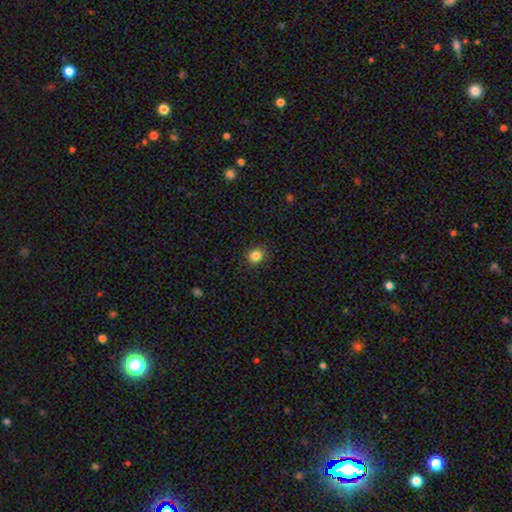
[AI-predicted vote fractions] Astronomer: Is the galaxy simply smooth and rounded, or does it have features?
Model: smooth — 84%.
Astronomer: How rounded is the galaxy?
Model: round — 75%.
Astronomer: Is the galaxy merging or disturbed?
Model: none — 90%.